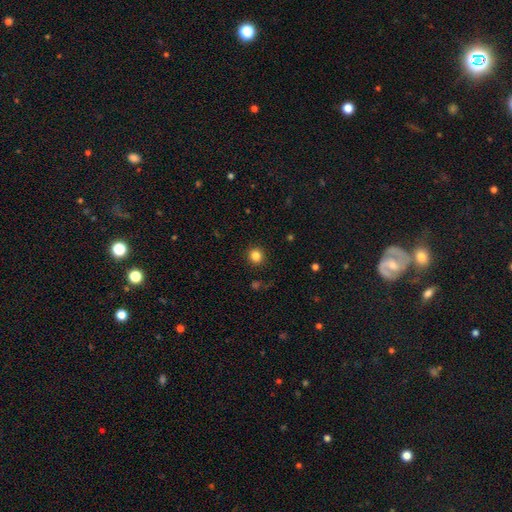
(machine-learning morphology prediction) This is clearly a smooth galaxy (83%). How rounded: clearly round (91%). Merging: clearly none (90%).